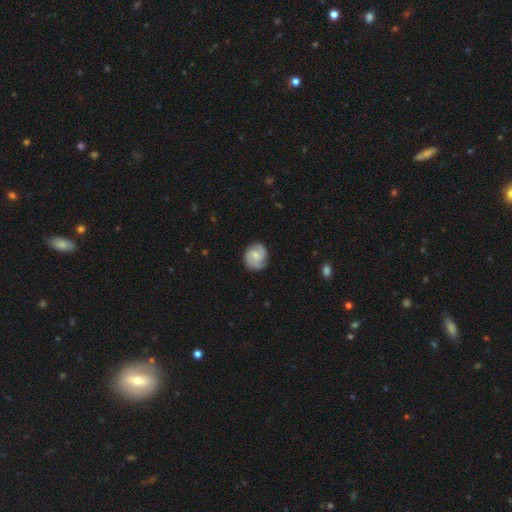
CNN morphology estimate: Smooth or featured? Predicted: featured or disk (p=0.64). Edge-on disk? Predicted: no (p=0.98). Bar? Predicted: no (p=0.54). Spiral arms? Predicted: yes (p=0.93). Spiral winding? Predicted: medium (p=0.44). Spiral arm count? Predicted: 2 (p=0.50). Bulge size? Predicted: small (p=0.50). Merging? Predicted: none (p=0.77).